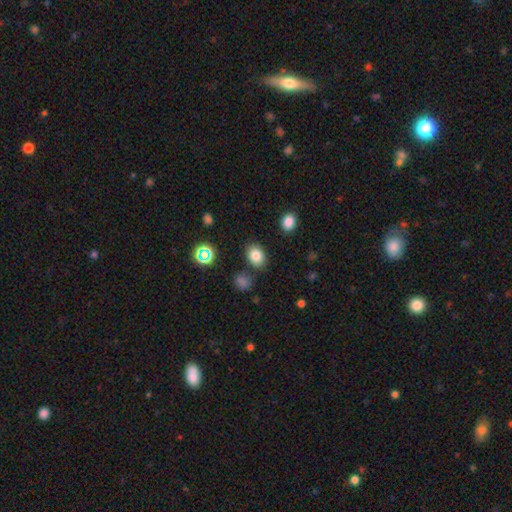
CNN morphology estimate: A smooth galaxy with no disk features (79%) that is in between round and cigar-shaped (67%).

Vote fractions:
- Smooth or featured? smooth: 79% / star or artifact: 13% / featured or disk: 8%
- How rounded? in between: 67% / round: 32% / cigar-shaped: 1%
- Merging? none: 81% / minor disturbance: 11% / merger: 5% / major disturbance: 3%